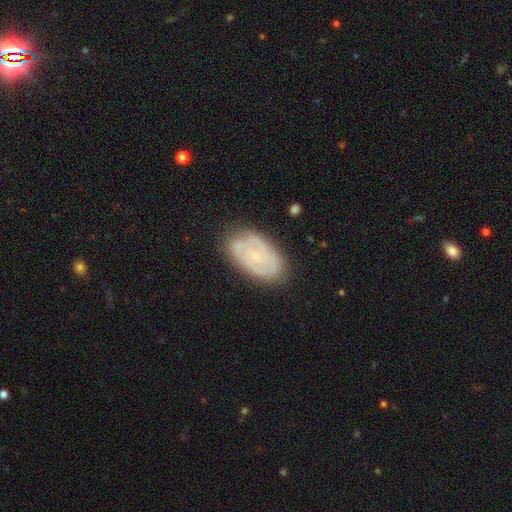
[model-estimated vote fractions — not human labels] Overall: featured or disk (76%). Edge-on disk: no (96%). Bar: no (66%; weak 28%). Spiral arms: yes (91%). Spiral arm count: 2 (41%; can't tell 28%). Spiral winding: tight (62%; medium 30%). Bulge size: small (75%). Merging: none (79%).